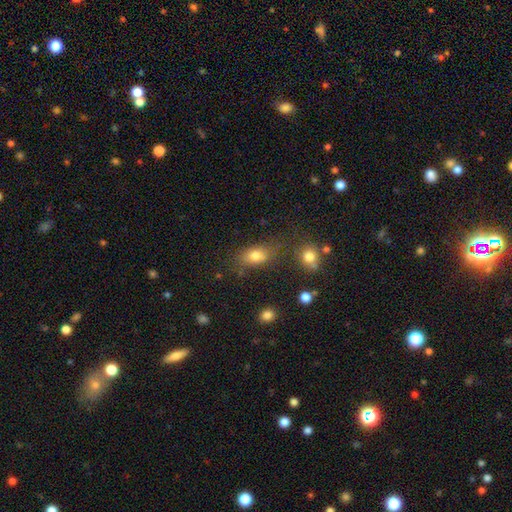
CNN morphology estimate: This appears to be a smooth galaxy with no disk features (77%) that is in between round and cigar-shaped (80%). Merging: none (66%).